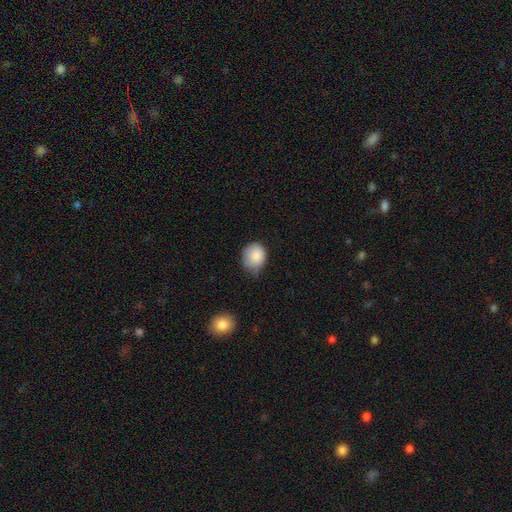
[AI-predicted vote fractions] Q: Smooth or featured?
A: smooth (86%); runner-up: star or artifact (8%)
Q: How rounded?
A: round (56%); runner-up: in between (43%)
Q: Merging?
A: none (48%); runner-up: minor disturbance (42%)